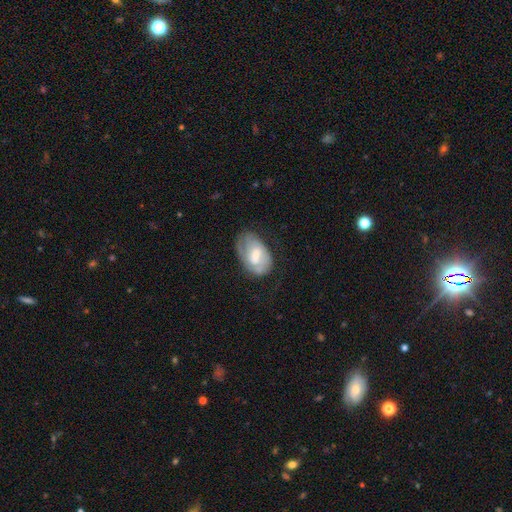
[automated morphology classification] The model was most divided on "bar": weak: 49%, no: 35%, strong: 16%. Remaining: edge-on disk — no (95%); spiral arms — yes (71%); smooth or featured — featured or disk (56%); merging — none (54%); bulge size — moderate (49%).